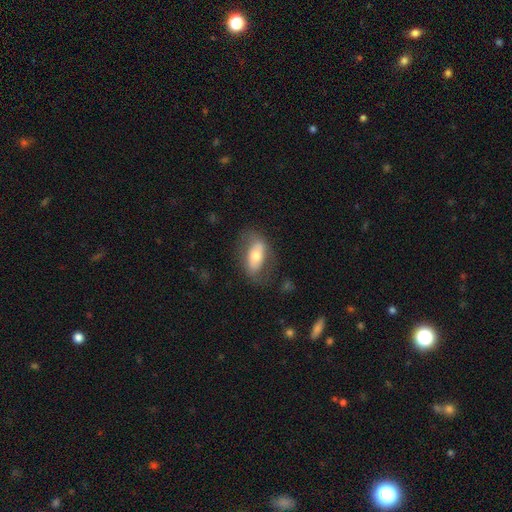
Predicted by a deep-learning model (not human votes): Smooth or featured: smooth — 52% (featured or disk — 42%)
How rounded: in between — 86% (cigar-shaped — 9%)
Merging: none — 66% (minor disturbance — 20%)